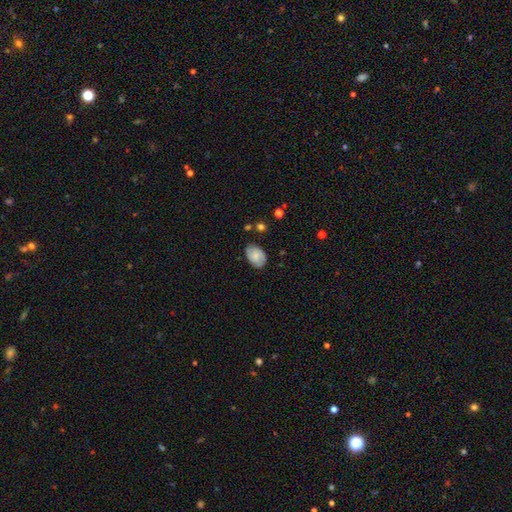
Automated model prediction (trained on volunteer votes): A smooth galaxy with no disk features (64%) that is in between round and cigar-shaped (84%).

Vote fractions:
- Smooth or featured? smooth: 64% / featured or disk: 28% / star or artifact: 8%
- How rounded? in between: 84% / round: 14% / cigar-shaped: 1%
- Merging? none: 75% / minor disturbance: 19% / major disturbance: 4% / merger: 2%